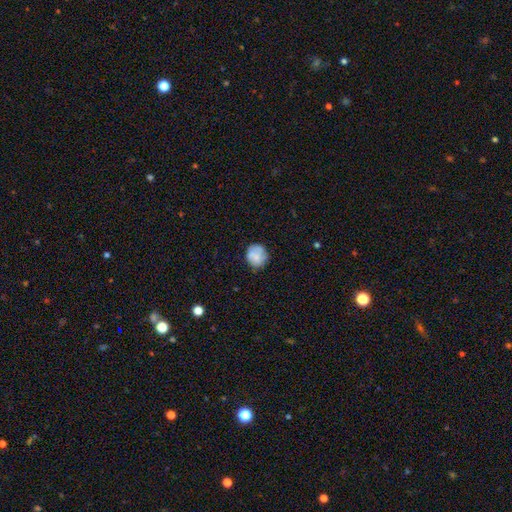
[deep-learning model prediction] Smooth or featured: smooth — 74% (featured or disk — 18%)
How rounded: round — 83% (in between — 16%)
Merging: none — 72% (minor disturbance — 20%)